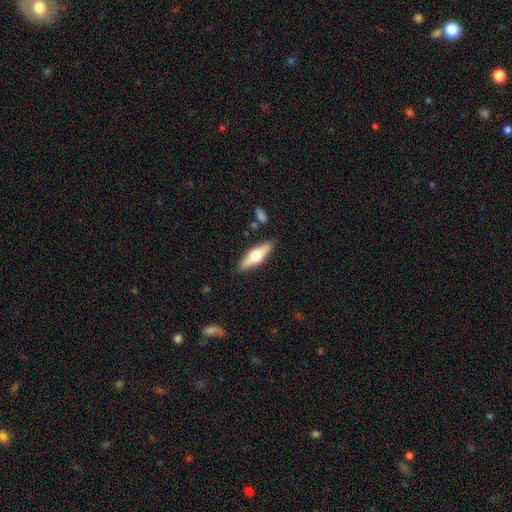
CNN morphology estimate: Smooth or featured?
  - featured or disk: 50% *
  - smooth: 44%
  - star or artifact: 6%
Edge-on disk?
  - yes: 91% *
  - no: 9%
Merging?
  - none: 86% *
  - minor disturbance: 9%
  - merger: 3%
  - major disturbance: 2%